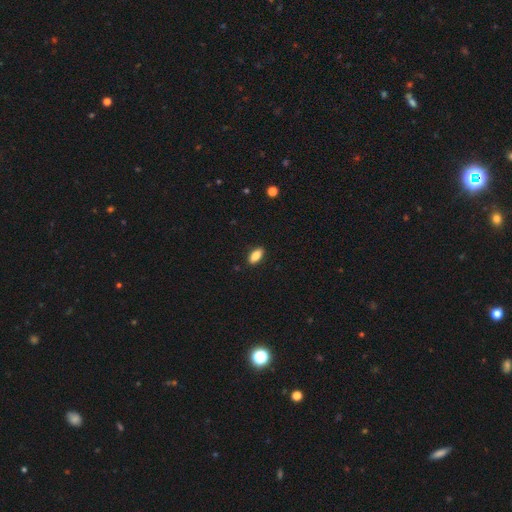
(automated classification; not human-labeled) This is clearly a smooth galaxy (84%). How rounded: clearly in between (86%). Merging: clearly none (89%).